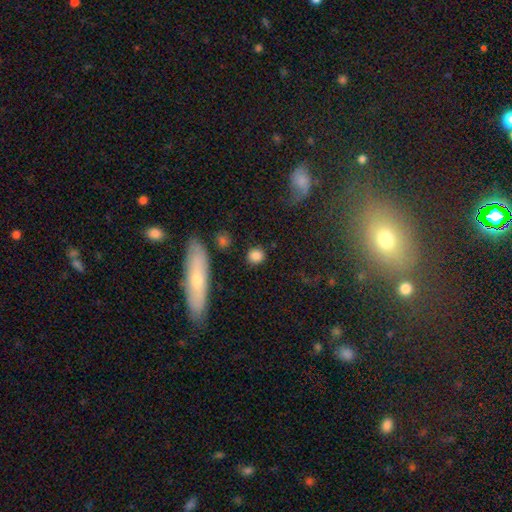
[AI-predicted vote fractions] This appears to be a smooth galaxy with no disk features (84%) that is round (81%). Merging: none (85%).